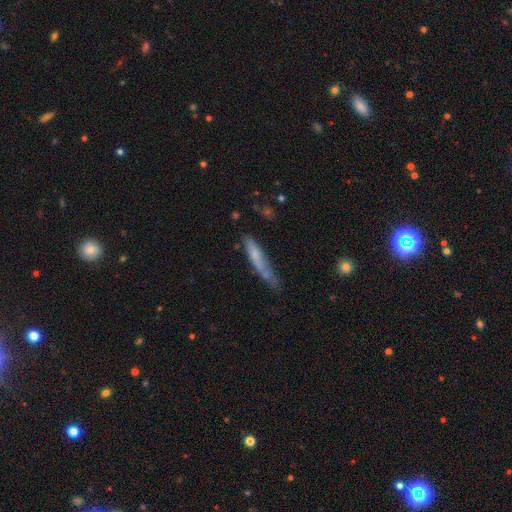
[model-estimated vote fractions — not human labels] This is likely a smooth galaxy (63%). How rounded: clearly cigar-shaped (89%). Merging: possibly none (48%).